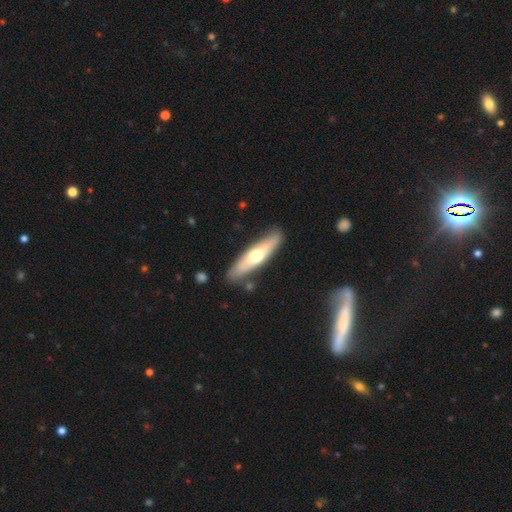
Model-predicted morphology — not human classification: type=smooth (51%); roundness=cigar-shaped (74%); merging=none (85%).